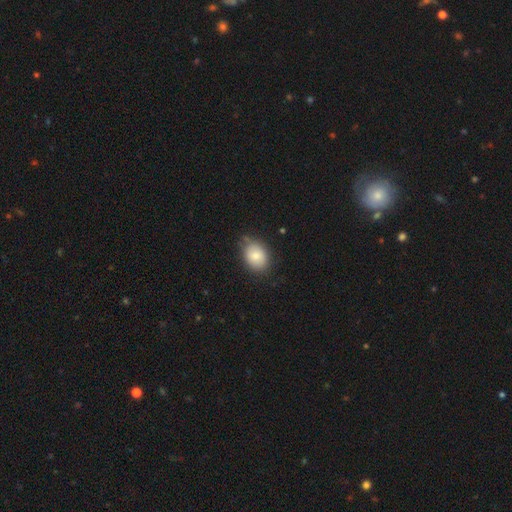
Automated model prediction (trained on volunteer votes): This is clearly a smooth galaxy (81%). How rounded: likely in between (64%). Merging: likely none (74%).